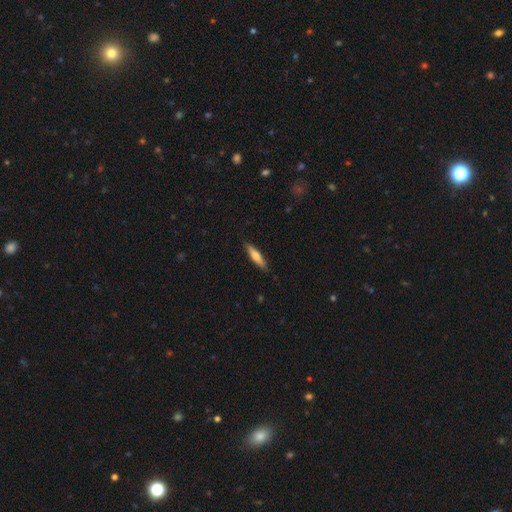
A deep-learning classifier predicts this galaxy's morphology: This is likely a smooth galaxy (64%). How rounded: clearly cigar-shaped (81%). Merging: clearly none (87%).